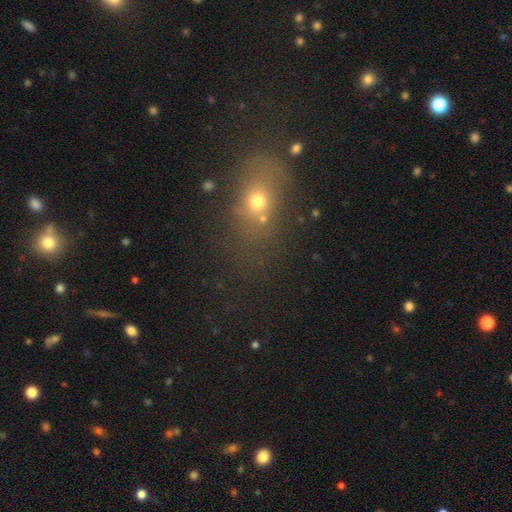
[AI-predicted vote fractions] Smooth or featured? smooth (55%)
How rounded? in between (60%)
Merging? none (70%)